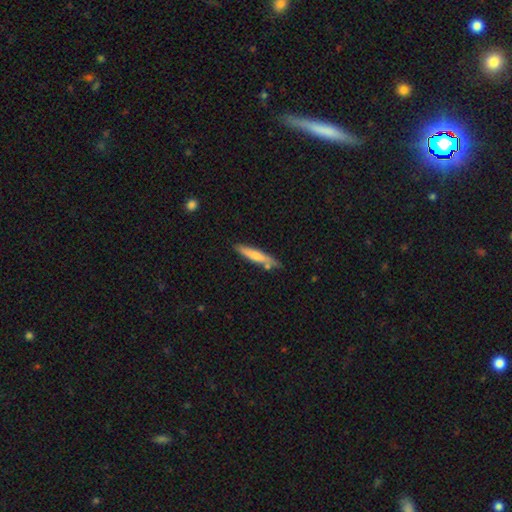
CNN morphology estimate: A smooth galaxy with no disk features (66%) that is cigar-shaped (90%).

Vote fractions:
- Smooth or featured? smooth: 66% / featured or disk: 28% / star or artifact: 6%
- How rounded? cigar-shaped: 90% / in between: 9% / round: 1%
- Merging? none: 74% / minor disturbance: 16% / merger: 7% / major disturbance: 3%